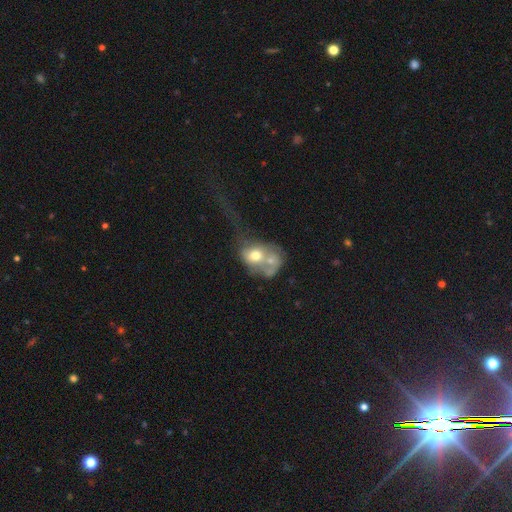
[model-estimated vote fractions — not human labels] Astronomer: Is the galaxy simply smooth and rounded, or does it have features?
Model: smooth — 54% (runner-up: featured or disk, 37%).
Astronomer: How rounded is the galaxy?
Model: in between — 56% (runner-up: round, 42%).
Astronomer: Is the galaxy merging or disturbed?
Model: merger — 62%.